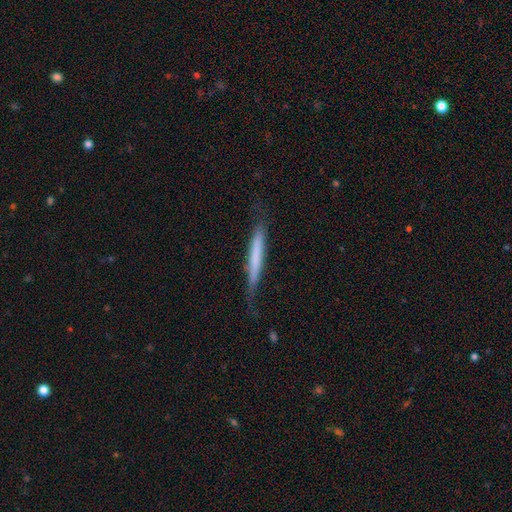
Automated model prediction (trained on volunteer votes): A smooth galaxy with no disk features (53%) that is cigar-shaped (96%).

Vote fractions:
- Smooth or featured? smooth: 53% / featured or disk: 41% / star or artifact: 6%
- How rounded? cigar-shaped: 96% / in between: 3% / round: 1%
- Merging? none: 68% / minor disturbance: 24% / major disturbance: 7% / merger: 2%